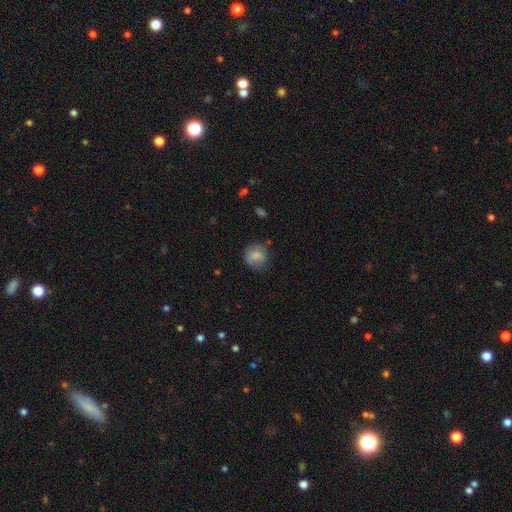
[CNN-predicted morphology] The model was most divided on "merging": none: 72%, minor disturbance: 20%, major disturbance: 6%, merger: 2%. More confident: how rounded — round (82%); smooth or featured — smooth (80%).